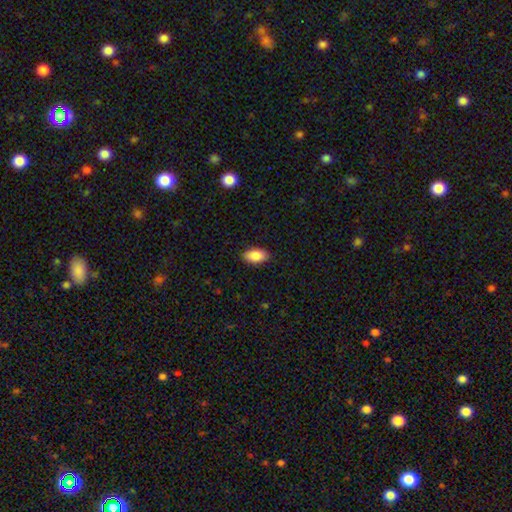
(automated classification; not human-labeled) smooth-or-featured: smooth: 89% | star or artifact: 6% | featured or disk: 5%
  how-rounded: in between: 95% | round: 3% | cigar-shaped: 2%
  merging: none: 89% | minor disturbance: 9% | major disturbance: 2% | merger: 1%